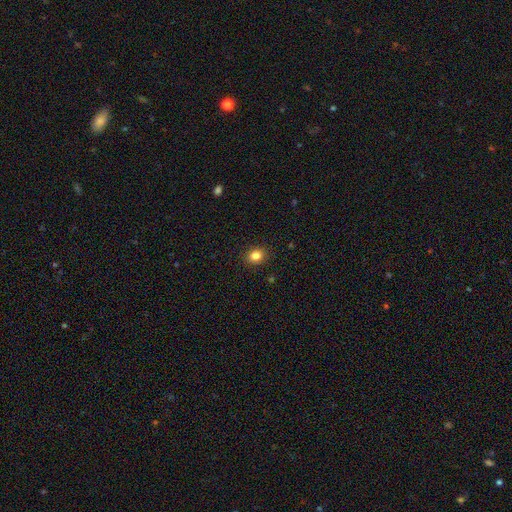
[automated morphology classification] Smooth or featured: smooth — 84% (star or artifact — 11%)
How rounded: round — 54% (in between — 45%)
Merging: none — 90% (minor disturbance — 7%)